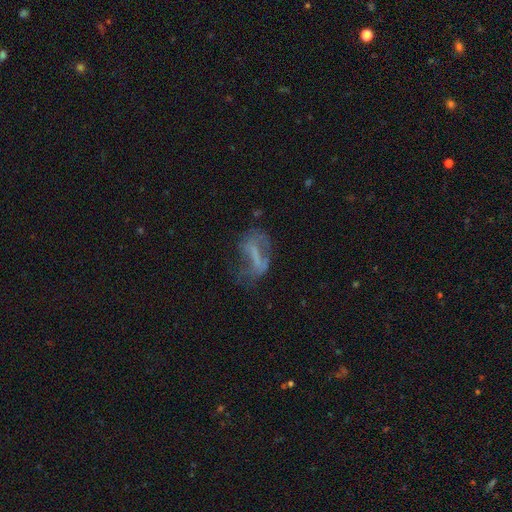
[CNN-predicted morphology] The model was most divided on "merging": none: 37%, major disturbance: 35%, minor disturbance: 23%, merger: 5%. More confident: edge-on disk — no (92%); smooth or featured — featured or disk (52%).